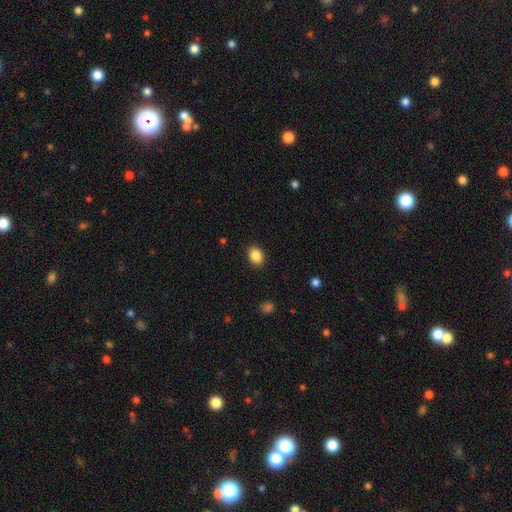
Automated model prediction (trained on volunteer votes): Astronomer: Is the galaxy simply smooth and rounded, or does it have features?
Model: smooth — 87%.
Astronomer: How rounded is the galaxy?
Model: in between — 61% (runner-up: round, 38%).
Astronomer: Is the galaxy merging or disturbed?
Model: none — 89%.